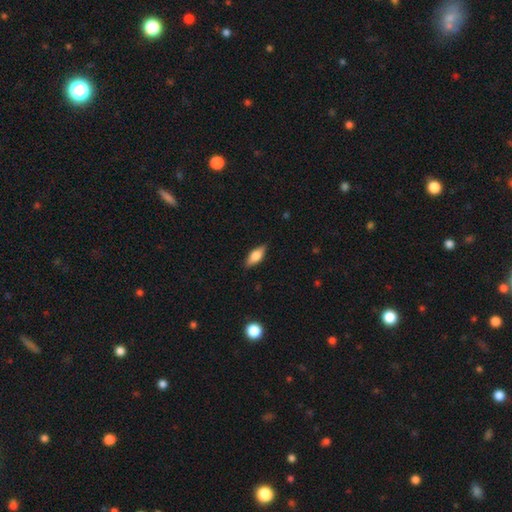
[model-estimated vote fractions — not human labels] smooth-or-featured: smooth: 67% | featured or disk: 26% | star or artifact: 7%
  how-rounded: in between: 75% | cigar-shaped: 21% | round: 3%
  merging: none: 85% | minor disturbance: 12% | major disturbance: 2% | merger: 1%